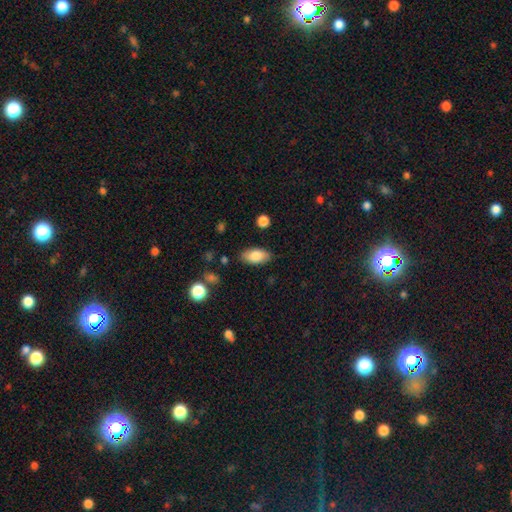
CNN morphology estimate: Smooth or featured? smooth (82%)
How rounded? in between (92%)
Merging? none (85%)